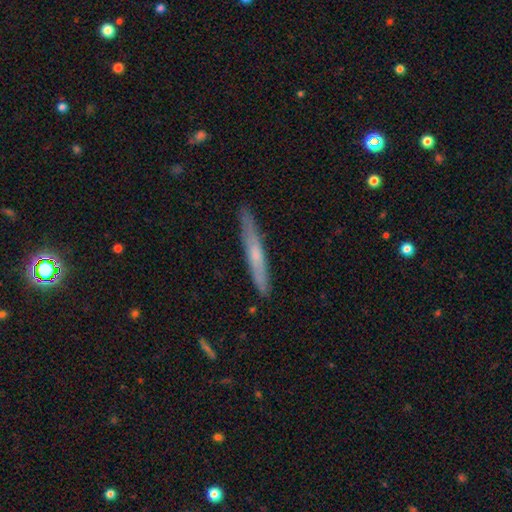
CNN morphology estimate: This is possibly a featured or disk galaxy (48%). Merging: clearly none (87%).